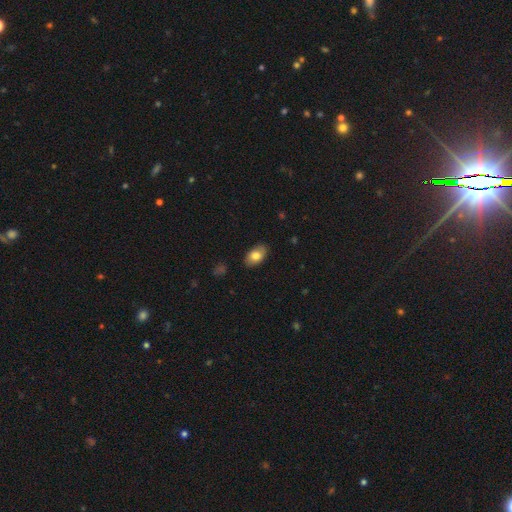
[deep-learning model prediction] Q: Smooth or featured?
A: smooth (80%); runner-up: featured or disk (13%)
Q: How rounded?
A: in between (91%); runner-up: round (7%)
Q: Merging?
A: none (87%); runner-up: minor disturbance (10%)